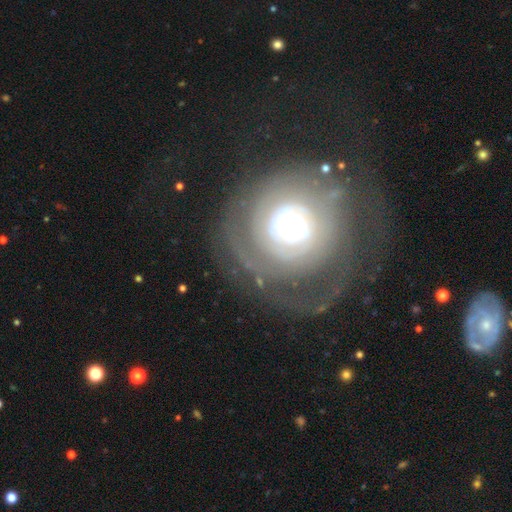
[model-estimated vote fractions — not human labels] A featured or disk galaxy (64%) with no bar (84%), spiral arms (64%) and a moderate central bulge (48%).

Vote fractions:
- Smooth or featured? featured or disk: 64% / smooth: 25% / star or artifact: 11%
- Edge-on disk? no: 96% / yes: 4%
- Bar? no: 84% / weak: 12% / strong: 4%
- Spiral arms? yes: 64% / no: 36%
- Bulge size? moderate: 48% / large: 25% / small: 20% / dominant: 6% / none: 2%
- Merging? none: 61% / major disturbance: 21% / minor disturbance: 15% / merger: 3%